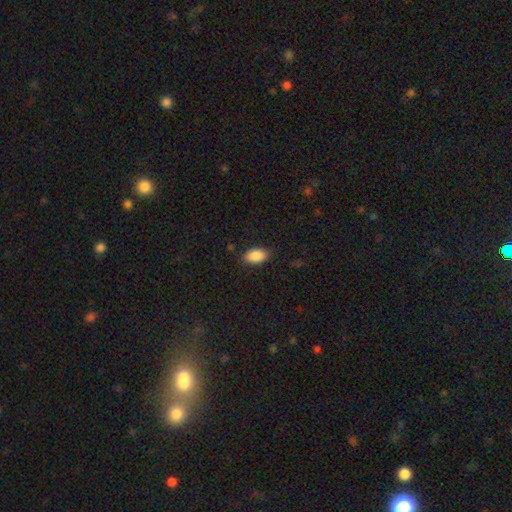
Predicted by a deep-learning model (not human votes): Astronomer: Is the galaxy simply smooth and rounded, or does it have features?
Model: smooth — 88%.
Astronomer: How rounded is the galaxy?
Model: in between — 92%.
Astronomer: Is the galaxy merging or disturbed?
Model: none — 85%.